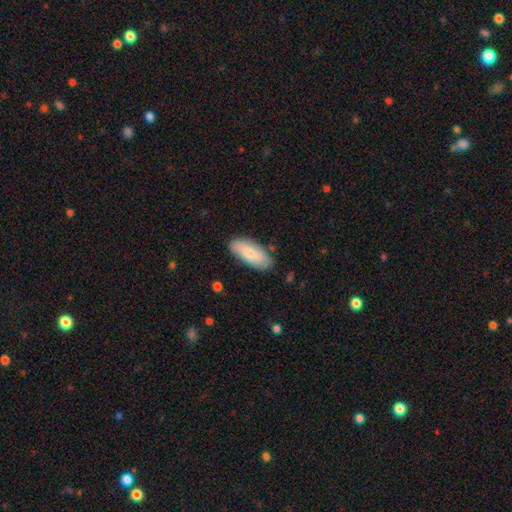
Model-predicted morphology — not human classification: Q: Smooth or featured?
A: smooth (73%); runner-up: featured or disk (21%)
Q: How rounded?
A: in between (85%); runner-up: cigar-shaped (13%)
Q: Merging?
A: none (84%); runner-up: minor disturbance (12%)